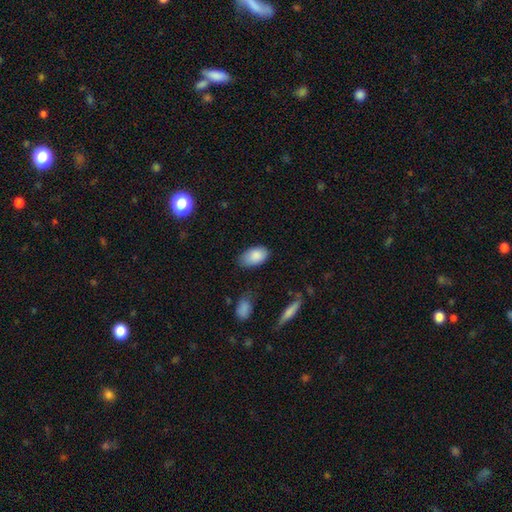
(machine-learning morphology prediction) A smooth galaxy with no disk features (87%) that is in between round and cigar-shaped (93%). Merging: none (75%).